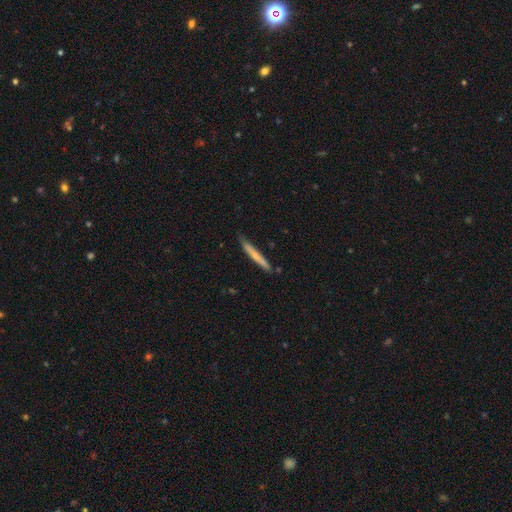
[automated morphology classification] Overall: smooth (61%; featured or disk 34%). How rounded: cigar-shaped (96%). Merging: none (83%).